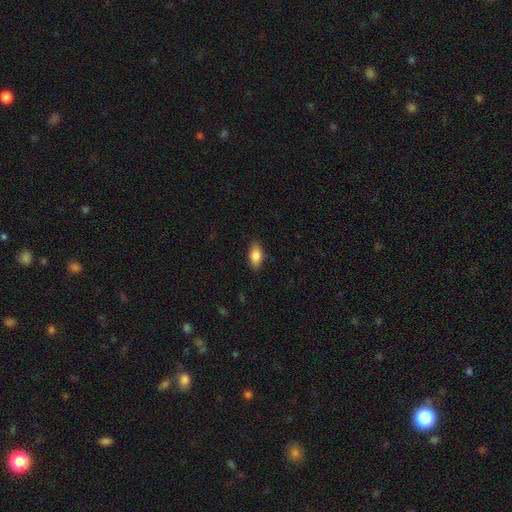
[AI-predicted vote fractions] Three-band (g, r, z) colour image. It shows a smooth galaxy with no disk features (84%) that is in between round and cigar-shaped (89%). Merging: none (85%).